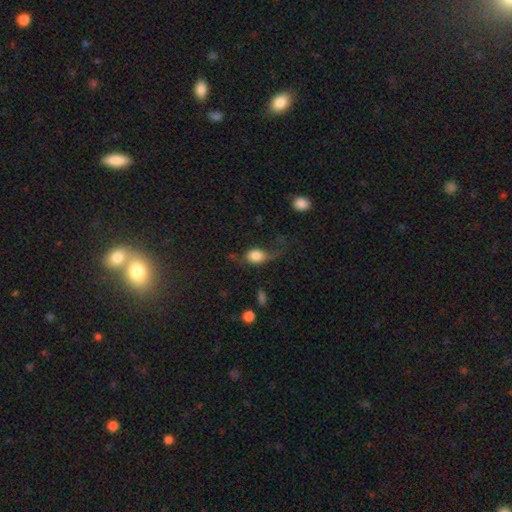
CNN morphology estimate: Q: Smooth or featured?
A: smooth (78%); runner-up: featured or disk (14%)
Q: How rounded?
A: in between (66%); runner-up: round (31%)
Q: Merging?
A: major disturbance (37%); runner-up: none (33%)